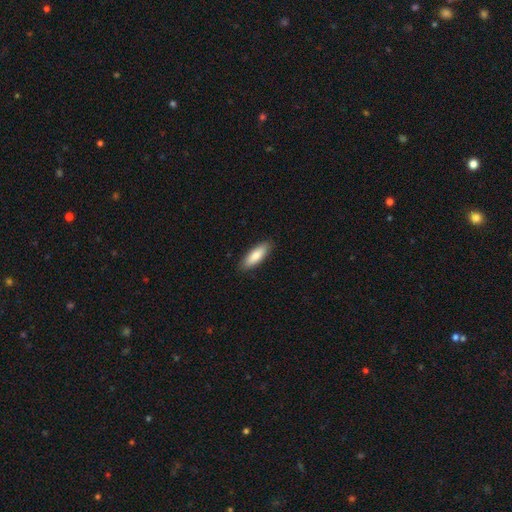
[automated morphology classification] A smooth galaxy with no disk features (83%) that is in between round and cigar-shaped (59%).

Vote fractions:
- Smooth or featured? smooth: 83% / featured or disk: 12% / star or artifact: 5%
- How rounded? in between: 59% / cigar-shaped: 39% / round: 2%
- Merging? none: 88% / minor disturbance: 9% / major disturbance: 2% / merger: 1%